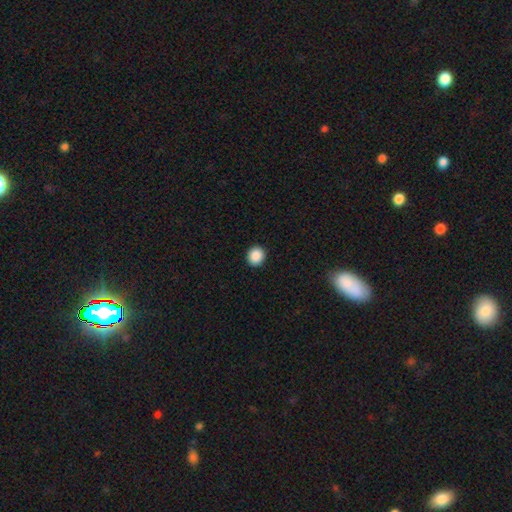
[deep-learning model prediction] A smooth galaxy with no disk features (89%) that is round (84%). Merging: none (92%).